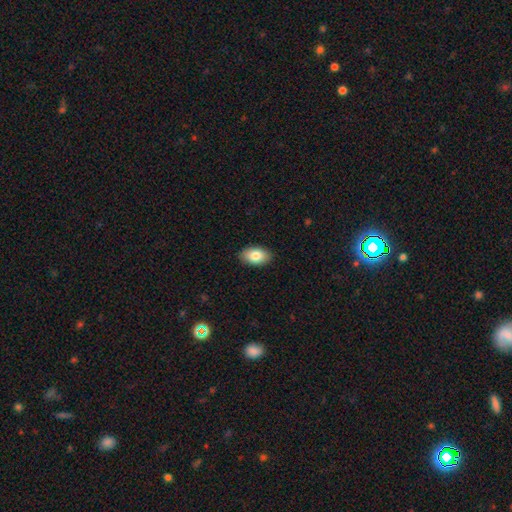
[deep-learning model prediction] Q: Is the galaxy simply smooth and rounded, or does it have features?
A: smooth — 84%.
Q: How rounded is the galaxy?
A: in between — 93%.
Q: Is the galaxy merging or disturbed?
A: none — 90%.